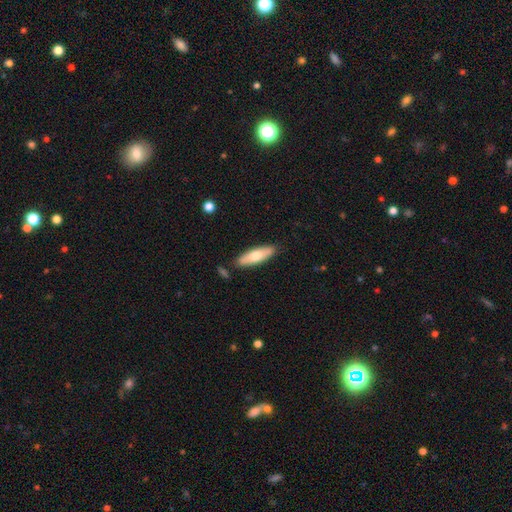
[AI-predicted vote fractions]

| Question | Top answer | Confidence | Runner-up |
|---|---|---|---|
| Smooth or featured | smooth | 67% | featured or disk (27%) |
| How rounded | cigar-shaped | 51% | in between (47%) |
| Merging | none | 83% | minor disturbance (11%) |